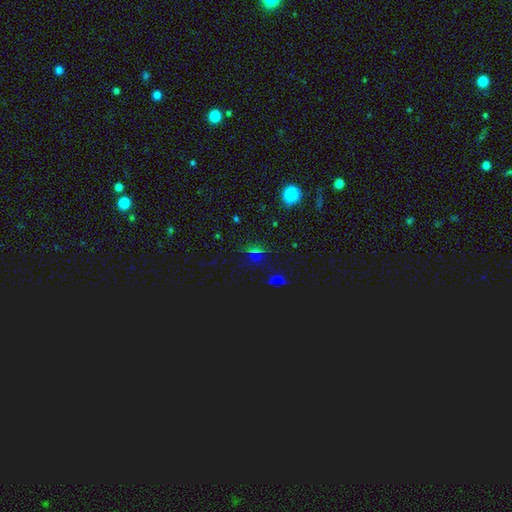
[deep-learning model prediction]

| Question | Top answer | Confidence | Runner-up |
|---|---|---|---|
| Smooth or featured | star or artifact | 60% | smooth (32%) |